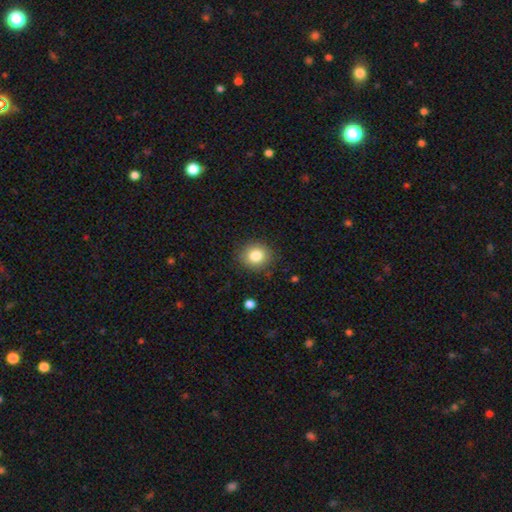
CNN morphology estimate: Q: Smooth or featured?
A: smooth (83%); runner-up: star or artifact (10%)
Q: How rounded?
A: round (80%); runner-up: in between (19%)
Q: Merging?
A: none (87%); runner-up: minor disturbance (9%)